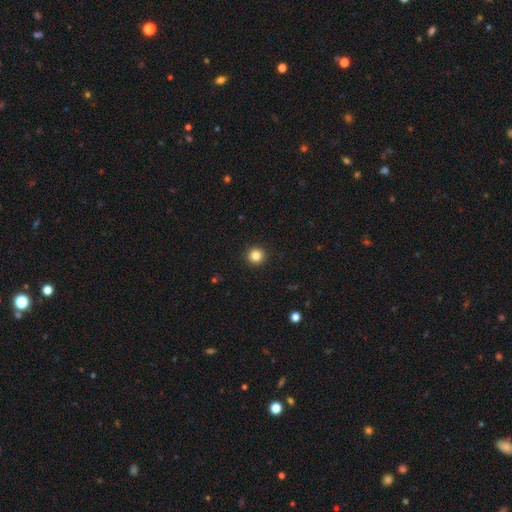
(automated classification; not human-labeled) Q: Smooth or featured?
A: smooth (84%); runner-up: star or artifact (12%)
Q: How rounded?
A: round (95%); runner-up: in between (4%)
Q: Merging?
A: none (93%); runner-up: minor disturbance (4%)